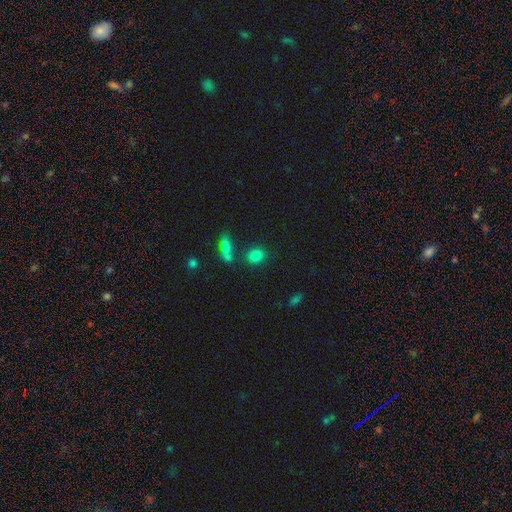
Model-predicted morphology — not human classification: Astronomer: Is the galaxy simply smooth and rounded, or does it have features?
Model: smooth — 82%.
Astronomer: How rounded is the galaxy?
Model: round — 61%.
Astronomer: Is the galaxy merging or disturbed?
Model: none — 75%.